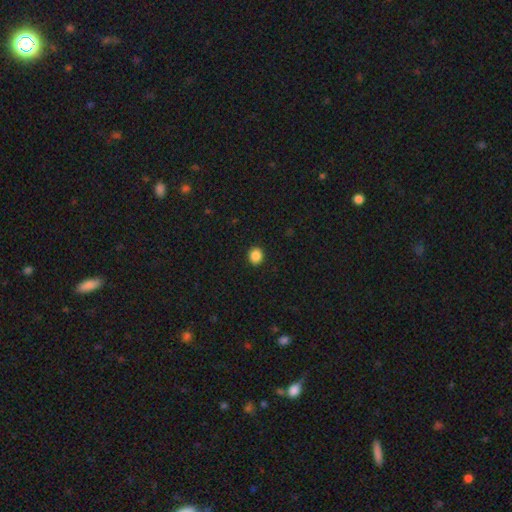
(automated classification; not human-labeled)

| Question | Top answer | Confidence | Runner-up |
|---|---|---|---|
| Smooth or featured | smooth | 87% | star or artifact (10%) |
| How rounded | round | 81% | in between (18%) |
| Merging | none | 93% | minor disturbance (5%) |